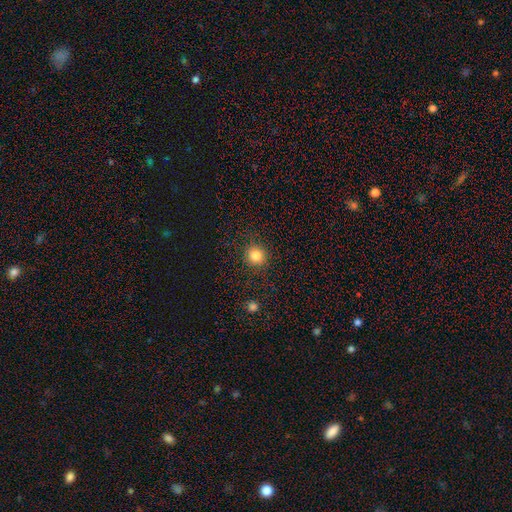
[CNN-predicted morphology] Smooth or featured? smooth (83%)
How rounded? round (92%)
Merging? none (88%)